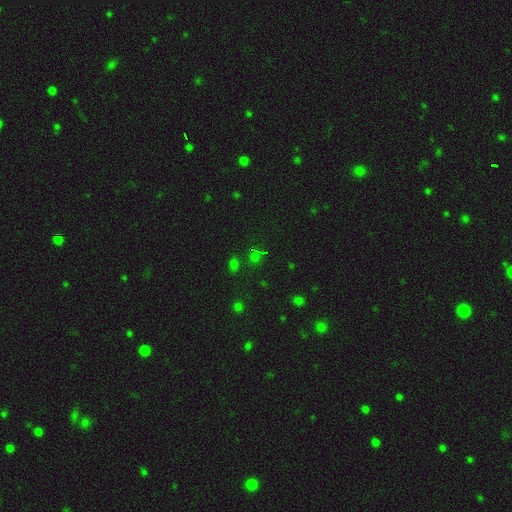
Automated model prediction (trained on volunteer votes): Overall: star or artifact (55%; smooth 38%).